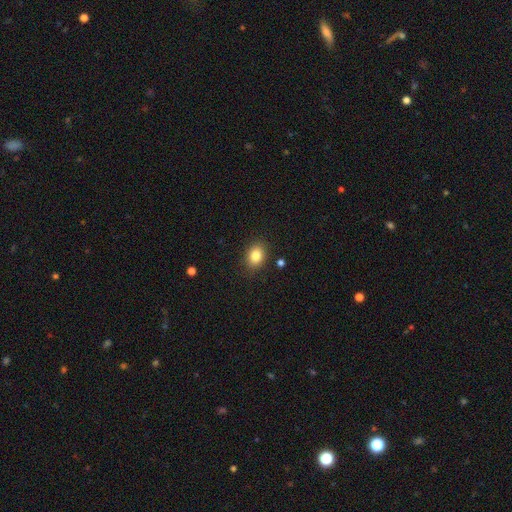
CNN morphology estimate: Smooth or featured? smooth (84%)
How rounded? in between (63%)
Merging? none (87%)